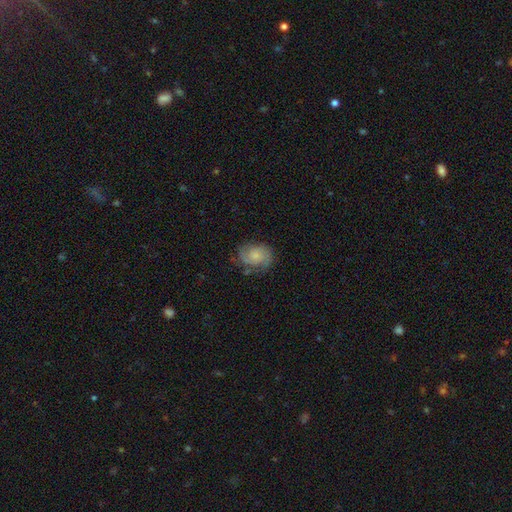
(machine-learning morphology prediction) smooth-or-featured: featured or disk: 60% | smooth: 32% | star or artifact: 8%
  disk-edge-on: no: 98% | yes: 2%
    bar: no: 73% | weak: 24% | strong: 3%
    has-spiral-arms: yes: 90% | no: 10%
      spiral-winding: tight: 43% | medium: 41% | loose: 16%
      spiral-arm-count: 2: 63% | can't tell: 18% | 3: 8% | 1: 7% | 4: 2% | more than 4: 2%
    bulge-size: small: 46% | moderate: 23% | none: 23% | large: 5% | dominant: 2%
  merging: none: 63% | minor disturbance: 23% | major disturbance: 12% | merger: 2%